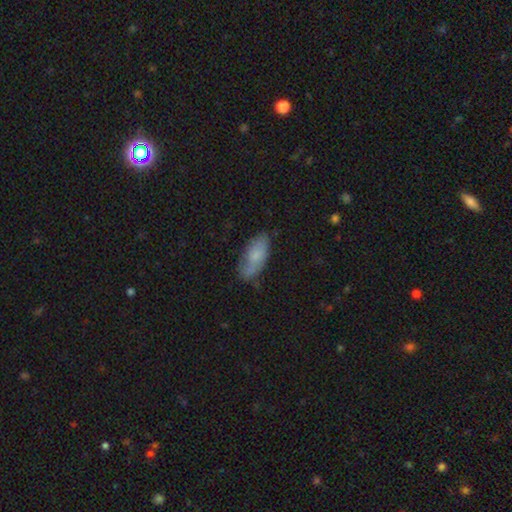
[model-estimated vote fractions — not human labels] smooth-or-featured: smooth: 71% | featured or disk: 22% | star or artifact: 7%
  how-rounded: in between: 85% | cigar-shaped: 13% | round: 2%
  merging: none: 64% | minor disturbance: 27% | major disturbance: 7% | merger: 2%